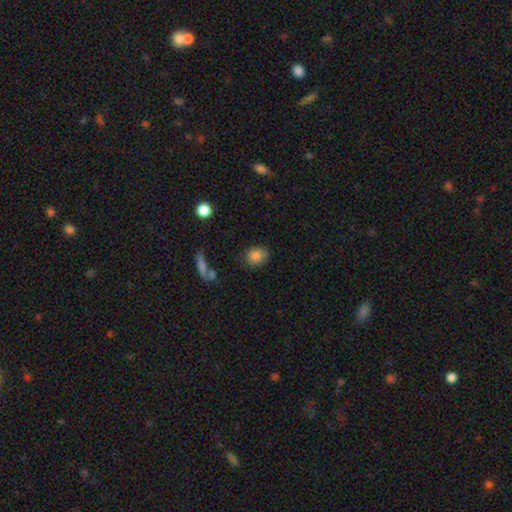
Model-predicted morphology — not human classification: Smooth or featured: smooth — 85% (star or artifact — 9%)
How rounded: round — 55% (in between — 44%)
Merging: none — 80% (minor disturbance — 13%)